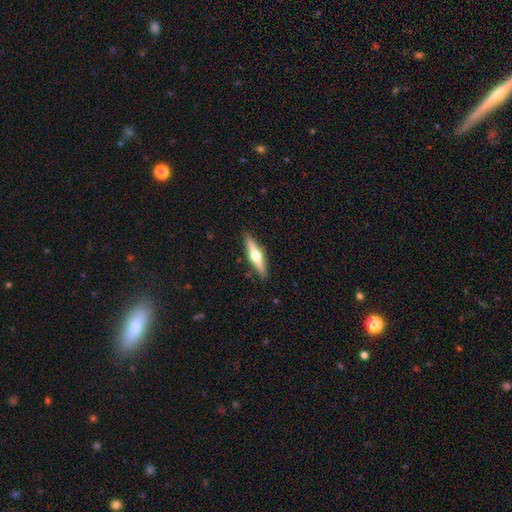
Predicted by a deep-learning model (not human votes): A featured or disk galaxy (63%) viewed edge-on (96%) with a rounded central bulge (95%).

Vote fractions:
- Smooth or featured? featured or disk: 63% / smooth: 32% / star or artifact: 5%
- Edge-on disk? yes: 96% / no: 4%
- Edge-on bulge? rounded: 95% / boxy: 2% / none: 2%
- Merging? none: 90% / minor disturbance: 7% / major disturbance: 2% / merger: 1%